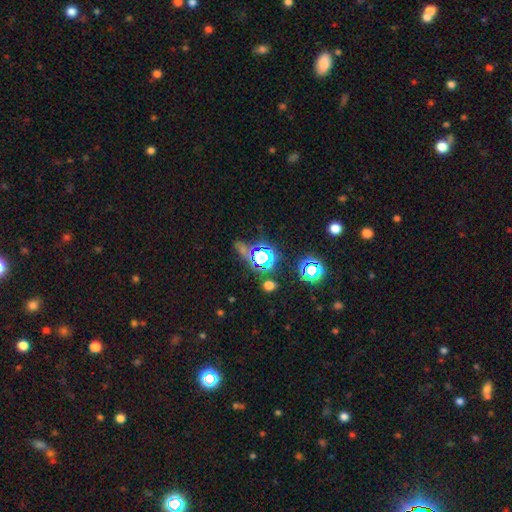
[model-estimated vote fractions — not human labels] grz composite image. It shows a star or artifact, not a galaxy (69%).